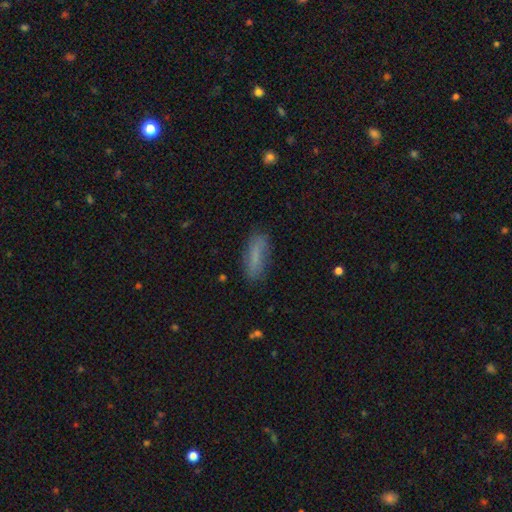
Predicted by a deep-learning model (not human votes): smooth 73%, featured or disk 18%, star or artifact 9%. Down the decision tree: how rounded — cigar-shaped (49%, tied with in between); merging — none (78%).